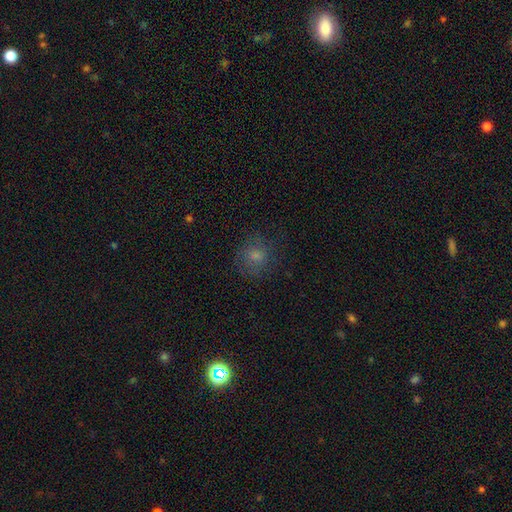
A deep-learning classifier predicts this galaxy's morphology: Smooth or featured: smooth — 72% (star or artifact — 15%)
How rounded: round — 83% (in between — 16%)
Merging: none — 75% (minor disturbance — 15%)